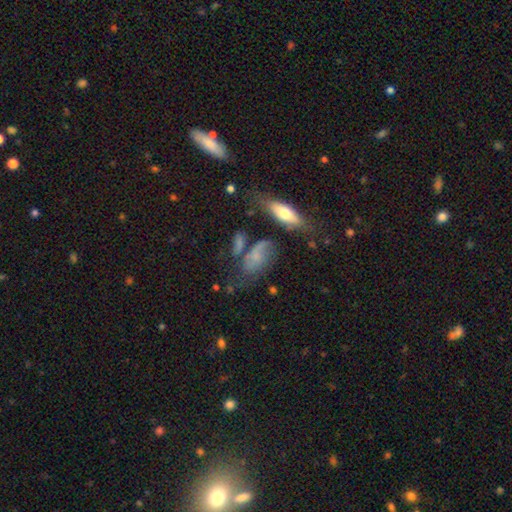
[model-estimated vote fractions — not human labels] This is possibly a smooth galaxy (50%). How rounded: clearly in between (81%). Merging: marginally none (43%).